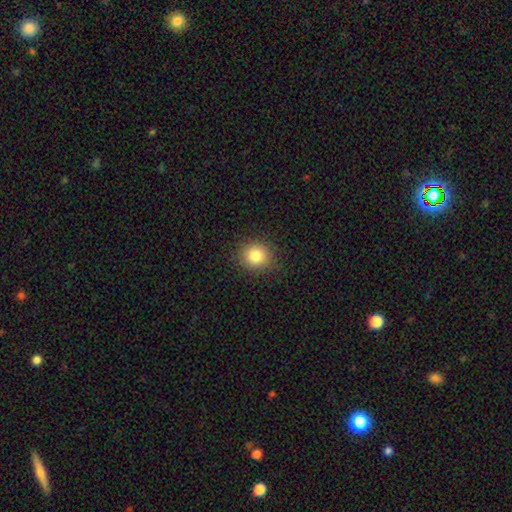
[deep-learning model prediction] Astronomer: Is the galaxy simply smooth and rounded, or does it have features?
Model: smooth — 84%.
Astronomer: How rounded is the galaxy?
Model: round — 82%.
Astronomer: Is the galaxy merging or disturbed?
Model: none — 88%.